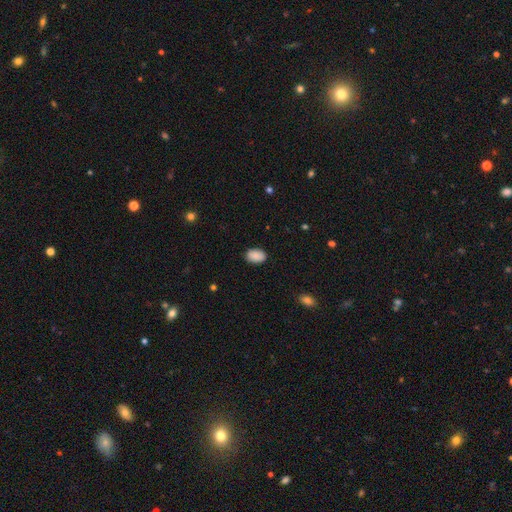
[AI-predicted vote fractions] A smooth galaxy with no disk features (89%) that is in between round and cigar-shaped (84%).

Vote fractions:
- Smooth or featured? smooth: 89% / star or artifact: 7% / featured or disk: 4%
- How rounded? in between: 84% / round: 15% / cigar-shaped: 1%
- Merging? none: 86% / minor disturbance: 10% / major disturbance: 2% / merger: 1%